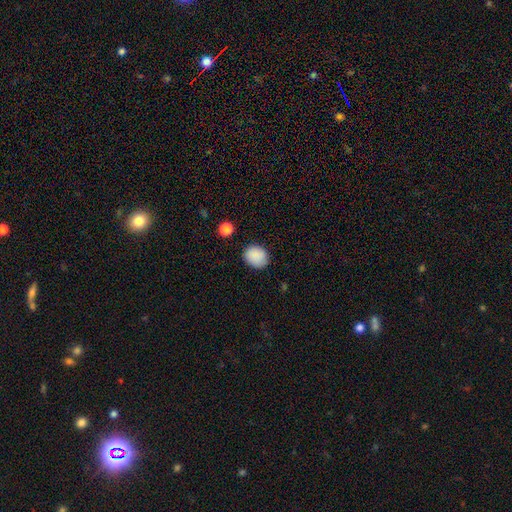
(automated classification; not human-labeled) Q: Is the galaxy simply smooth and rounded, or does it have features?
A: smooth — 88%.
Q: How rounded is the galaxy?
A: round — 60%.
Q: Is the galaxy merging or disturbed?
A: none — 83%.